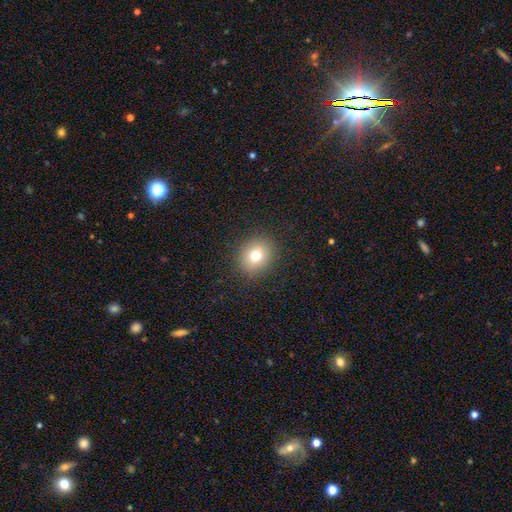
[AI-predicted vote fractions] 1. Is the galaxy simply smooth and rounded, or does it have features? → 76% smooth, 13% star or artifact, 11% featured or disk.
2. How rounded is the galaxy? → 70% round, 29% in between, 1% cigar-shaped.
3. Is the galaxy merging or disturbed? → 89% none, 7% minor disturbance, 3% major disturbance, 1% merger.